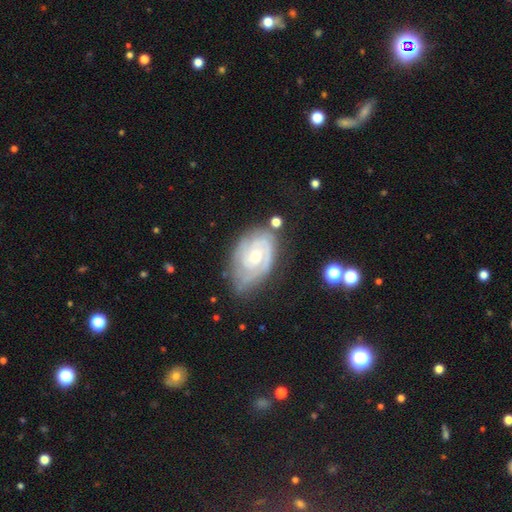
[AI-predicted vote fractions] Smooth or featured? featured or disk (85%)
Edge-on disk? no (97%)
Bar? no (65%)
Spiral arms? yes (96%)
Spiral winding? tight (70%)
Spiral arm count? 2 (45%)
Bulge size? small (51%)
Merging? none (65%)